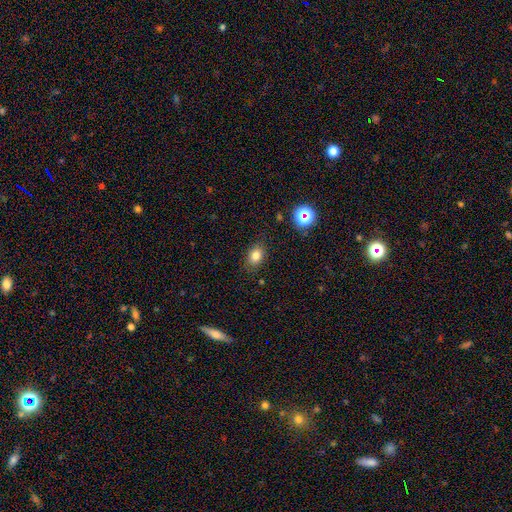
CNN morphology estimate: smooth_or_featured: smooth (p=0.80) [alt: star or artifact p=0.12]
how_rounded: in between (p=0.73) [alt: round p=0.25]
merging: none (p=0.84) [alt: minor disturbance p=0.12]